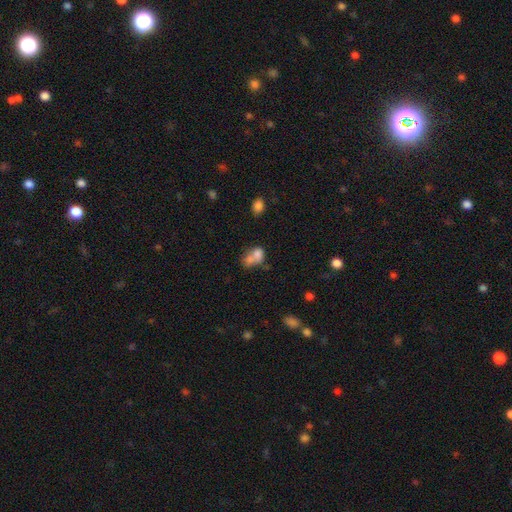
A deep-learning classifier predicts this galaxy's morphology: This appears to be a smooth galaxy with no disk features (72%) that is in between round and cigar-shaped (63%). Merging: merger (57%).